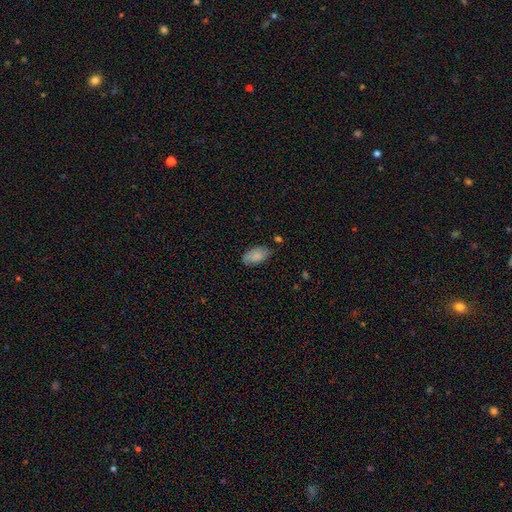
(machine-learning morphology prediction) Smooth or featured? Predicted: smooth (p=0.84). How rounded? Predicted: in between (p=0.94). Merging? Predicted: none (p=0.72).